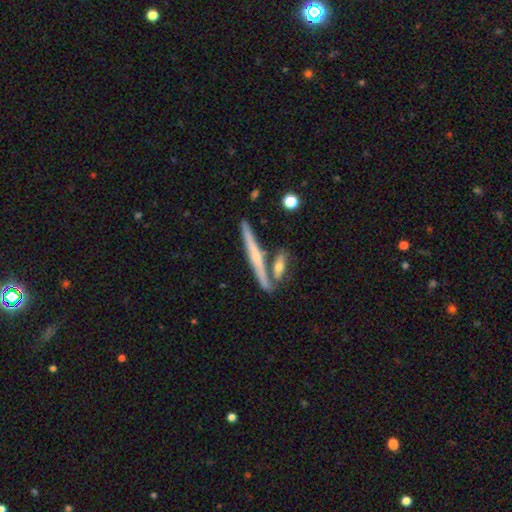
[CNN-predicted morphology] Q: Smooth or featured?
A: featured or disk (56%); runner-up: smooth (37%)
Q: Edge-on disk?
A: yes (95%); runner-up: no (5%)
Q: Edge-on bulge?
A: rounded (47%); runner-up: none (45%)
Q: Merging?
A: none (71%); runner-up: merger (17%)